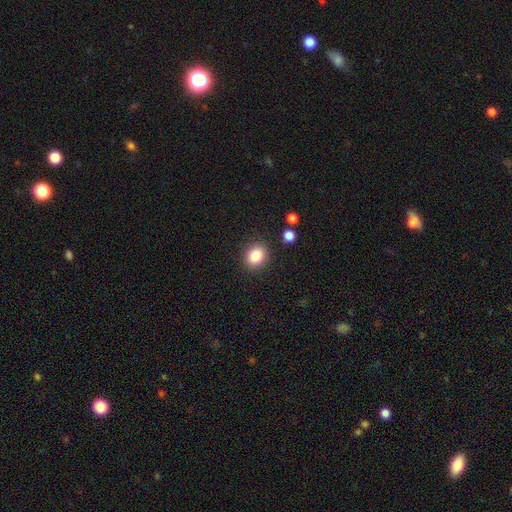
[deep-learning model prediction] Smooth or featured? smooth (83%)
How rounded? round (66%)
Merging? none (89%)